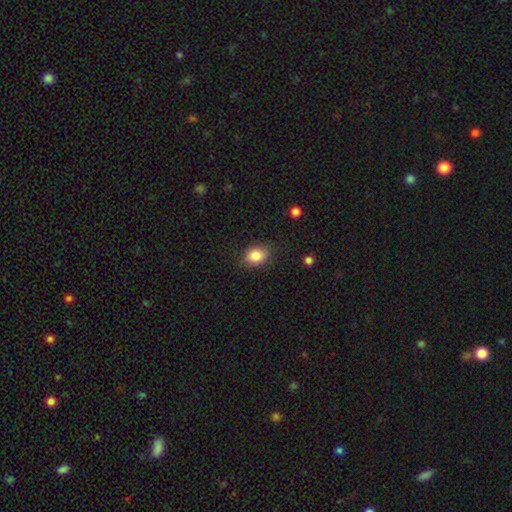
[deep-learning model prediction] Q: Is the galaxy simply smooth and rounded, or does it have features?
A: smooth — 85%.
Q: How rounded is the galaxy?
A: in between — 58%.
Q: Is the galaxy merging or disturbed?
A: none — 80%.